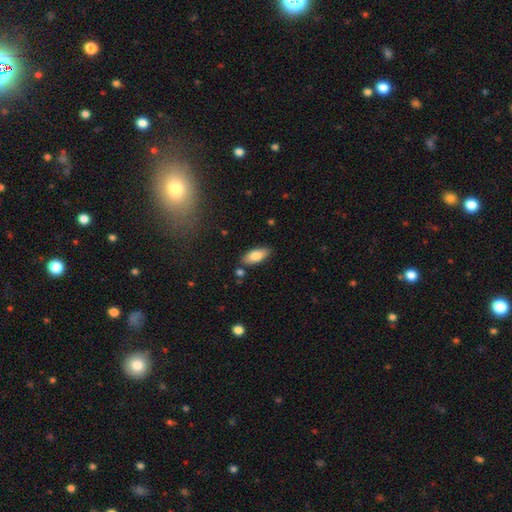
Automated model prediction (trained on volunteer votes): smooth-or-featured: smooth: 80% | featured or disk: 14% | star or artifact: 6%
  how-rounded: in between: 85% | cigar-shaped: 13% | round: 2%
  merging: none: 83% | minor disturbance: 11% | merger: 4% | major disturbance: 2%